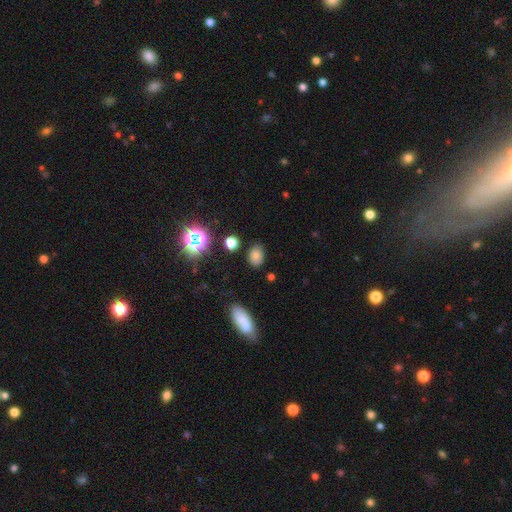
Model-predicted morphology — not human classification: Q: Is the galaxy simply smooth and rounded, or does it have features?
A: smooth — 76%.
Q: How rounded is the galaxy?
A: in between — 73%.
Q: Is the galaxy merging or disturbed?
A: none — 82%.